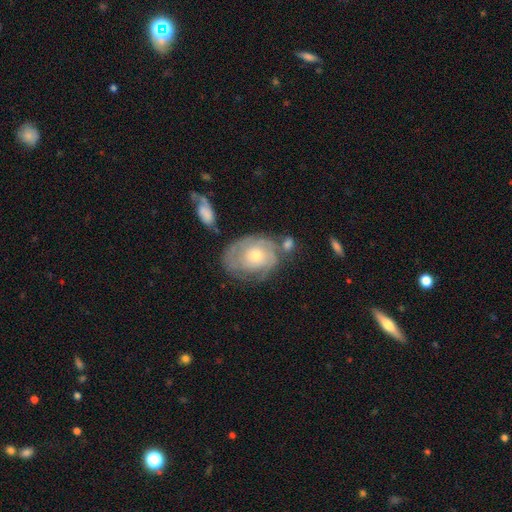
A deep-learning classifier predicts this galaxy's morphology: A featured or disk galaxy (65%) with no bar (83%), spiral arms (75%) and a moderate central bulge (54%).

Vote fractions:
- Smooth or featured? featured or disk: 65% / smooth: 28% / star or artifact: 7%
- Edge-on disk? no: 96% / yes: 4%
- Bar? no: 83% / weak: 15% / strong: 2%
- Spiral arms? yes: 75% / no: 25%
- Bulge size? moderate: 54% / small: 39% / large: 4% / none: 1% / dominant: 1%
- Merging? none: 52% / minor disturbance: 24% / major disturbance: 12% / merger: 11%